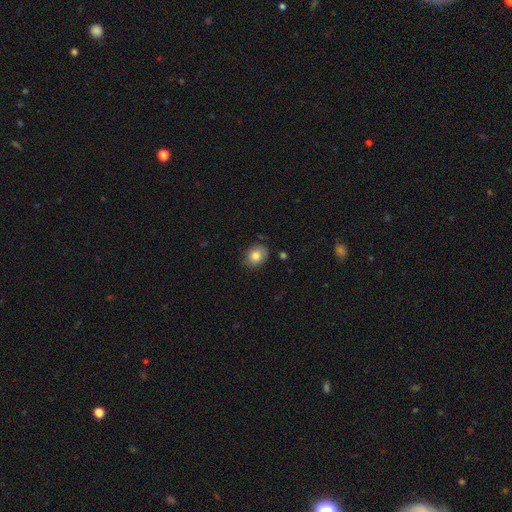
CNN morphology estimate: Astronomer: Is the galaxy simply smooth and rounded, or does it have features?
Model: smooth — 83%.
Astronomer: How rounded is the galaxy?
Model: round — 52% (runner-up: in between, 47%).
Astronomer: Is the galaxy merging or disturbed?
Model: none — 80%.